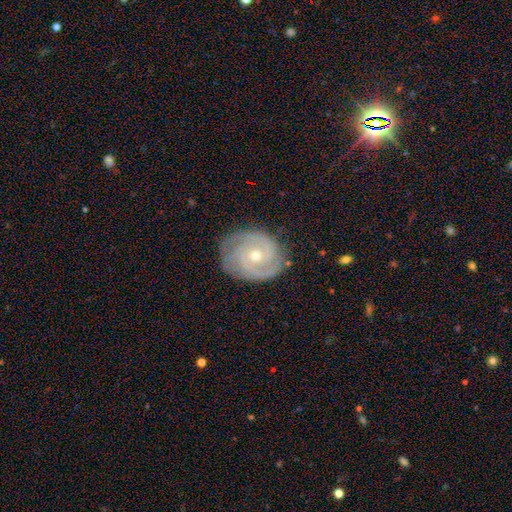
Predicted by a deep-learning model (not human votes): Morphology: type=featured or disk (88%); edge-on=no (98%); bar=no (69%); spiral arms=yes (97%); winding=tight (73%); arm count=2 (37%); bulge=small (50%); merging=none (80%).